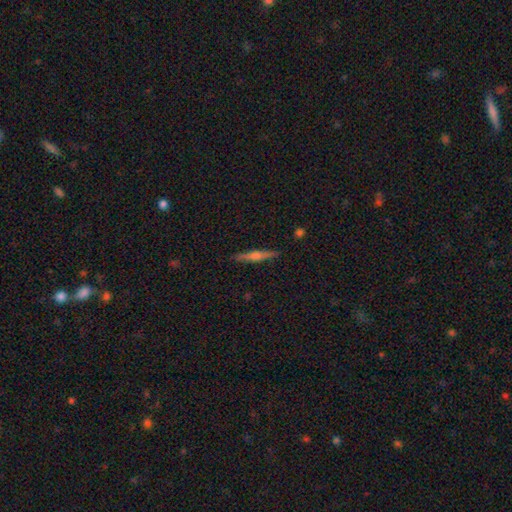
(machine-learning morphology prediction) type=featured or disk (70%); edge-on=yes (98%); edge-on bulge=rounded (84%); merging=none (92%).